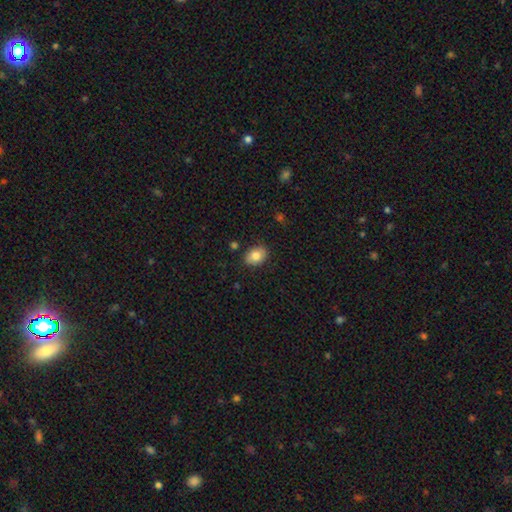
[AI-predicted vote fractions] This is clearly a smooth galaxy (82%). How rounded: likely in between (74%). Merging: clearly none (86%).